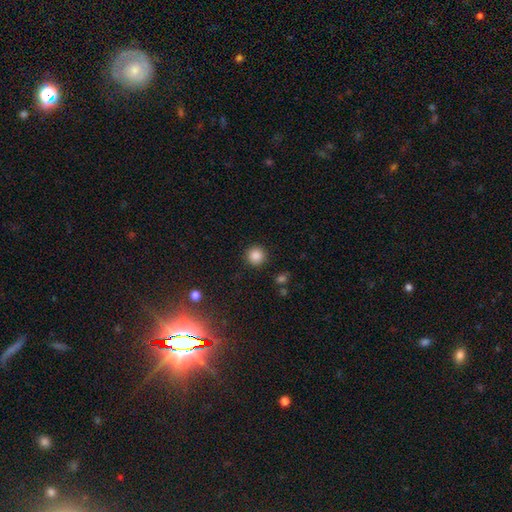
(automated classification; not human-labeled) Smooth or featured?
  - smooth: 86% *
  - star or artifact: 11%
  - featured or disk: 3%
How rounded?
  - round: 95% *
  - in between: 4%
  - cigar-shaped: 1%
Merging?
  - none: 91% *
  - minor disturbance: 5%
  - major disturbance: 2%
  - merger: 1%